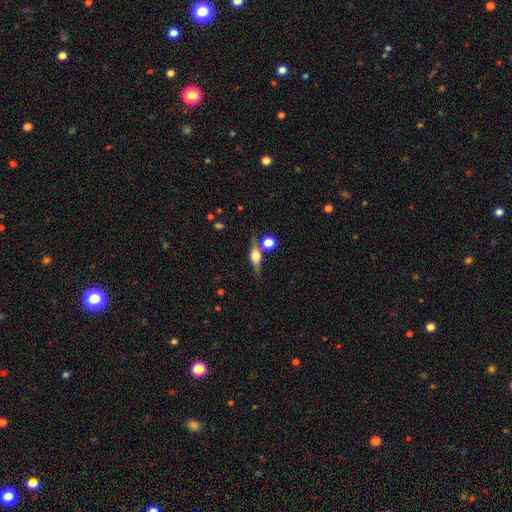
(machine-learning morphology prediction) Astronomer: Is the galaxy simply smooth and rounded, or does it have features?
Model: featured or disk — 68%.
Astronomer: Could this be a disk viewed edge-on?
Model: yes — 94%.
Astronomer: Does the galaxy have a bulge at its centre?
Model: rounded — 92%.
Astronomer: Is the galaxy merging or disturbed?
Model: none — 73%.